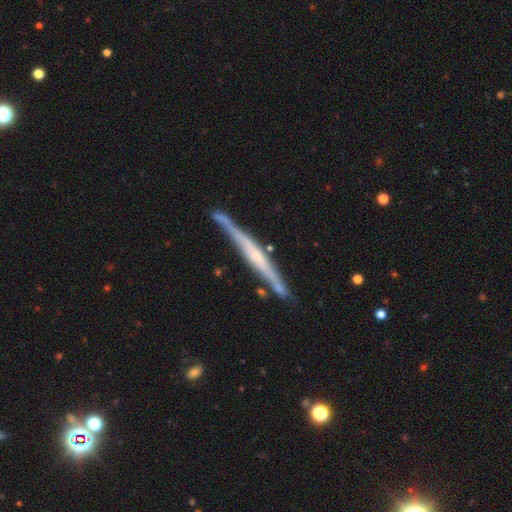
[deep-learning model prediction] Q: Smooth or featured?
A: featured or disk (77%); runner-up: smooth (18%)
Q: Edge-on disk?
A: yes (97%); runner-up: no (3%)
Q: Edge-on bulge?
A: rounded (47%); runner-up: none (39%)
Q: Merging?
A: none (77%); runner-up: minor disturbance (15%)